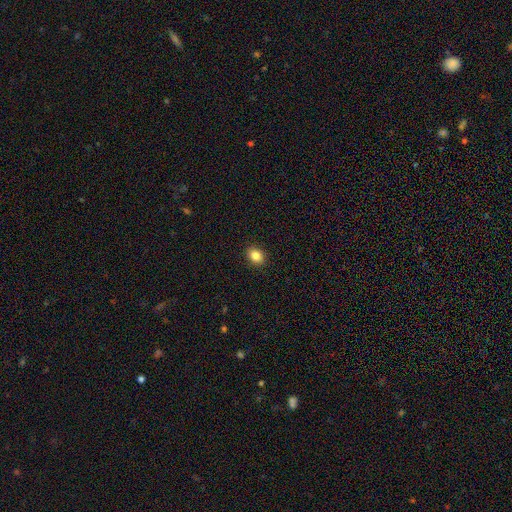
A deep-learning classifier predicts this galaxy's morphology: Smooth or featured? smooth (85%)
How rounded? in between (64%)
Merging? none (91%)